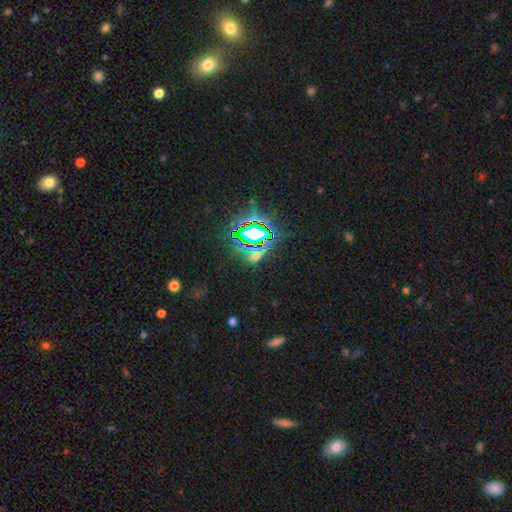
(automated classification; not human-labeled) Smooth or featured: star or artifact — 67% (smooth — 22%)